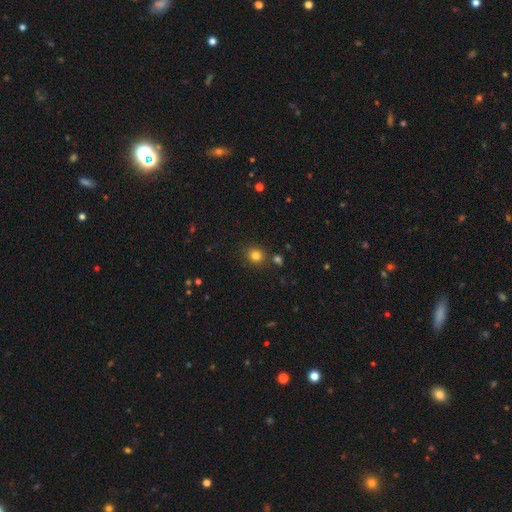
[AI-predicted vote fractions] This is clearly a smooth galaxy (81%). How rounded: clearly round (86%). Merging: clearly none (84%).